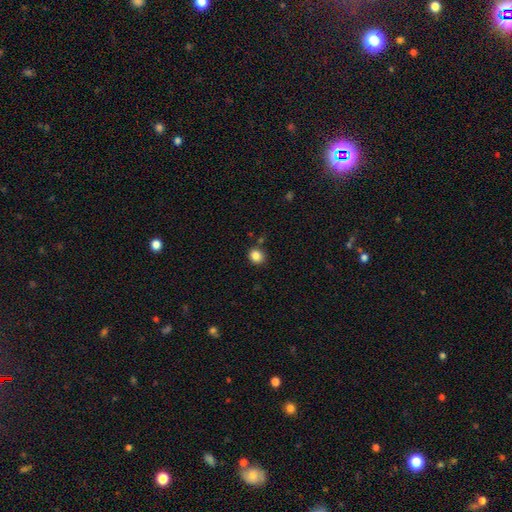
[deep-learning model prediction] Smooth or featured: smooth — 85% (star or artifact — 11%)
How rounded: round — 80% (in between — 19%)
Merging: none — 84% (minor disturbance — 9%)